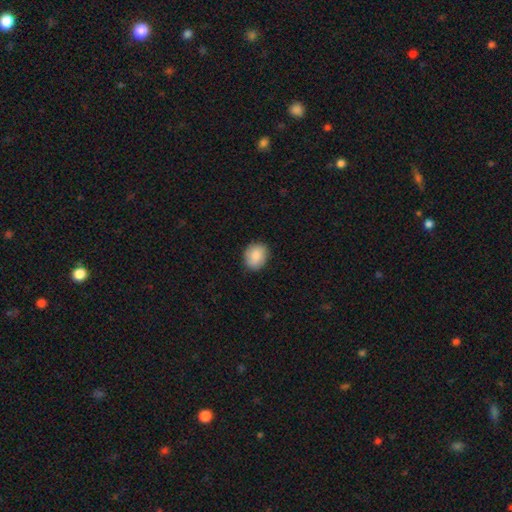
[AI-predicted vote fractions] Smooth or featured? smooth (86%)
How rounded? round (55%)
Merging? none (87%)